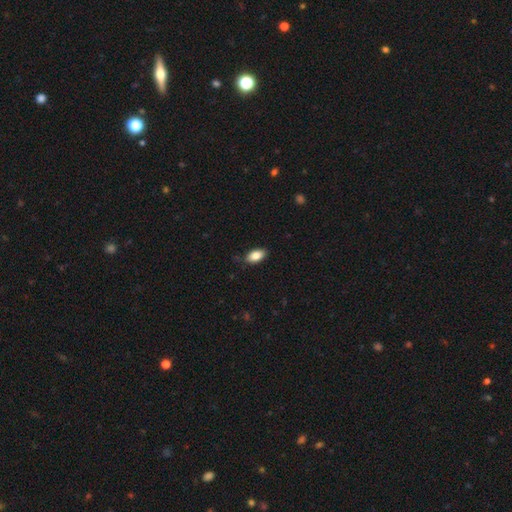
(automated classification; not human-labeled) This appears to be a smooth galaxy with no disk features (86%) that is in between round and cigar-shaped (92%). Merging: none (84%).